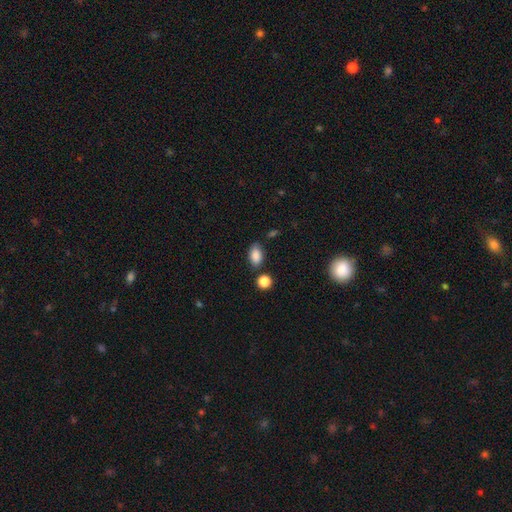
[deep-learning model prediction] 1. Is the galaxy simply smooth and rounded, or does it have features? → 87% smooth, 9% star or artifact, 5% featured or disk.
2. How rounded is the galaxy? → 89% in between, 9% round, 2% cigar-shaped.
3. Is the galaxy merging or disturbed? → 75% none, 16% minor disturbance, 5% merger, 4% major disturbance.